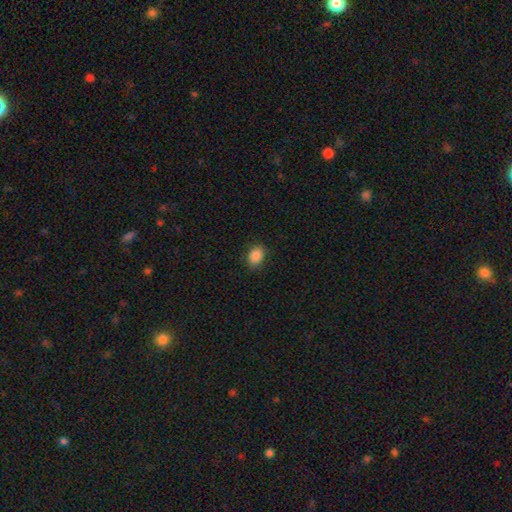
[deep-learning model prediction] smooth_or_featured: smooth (p=0.87) [alt: star or artifact p=0.09]
how_rounded: in between (p=0.74) [alt: round p=0.25]
merging: none (p=0.85) [alt: minor disturbance p=0.11]